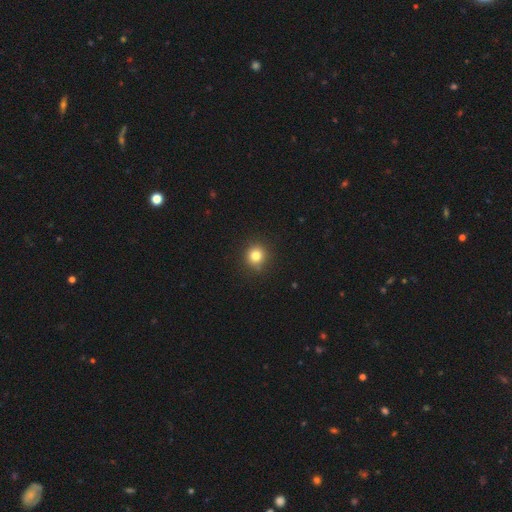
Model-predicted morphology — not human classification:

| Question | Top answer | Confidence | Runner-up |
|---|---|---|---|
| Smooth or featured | smooth | 81% | star or artifact (13%) |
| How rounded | round | 90% | in between (9%) |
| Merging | none | 89% | minor disturbance (7%) |